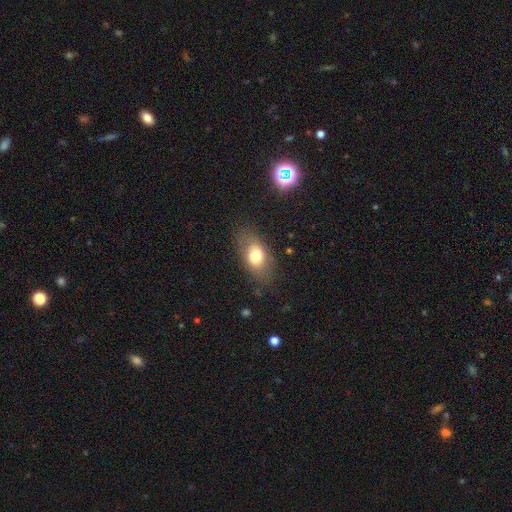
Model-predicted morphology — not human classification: smooth 73%, featured or disk 18%, star or artifact 9%. Down the decision tree: how rounded — in between (85%); merging — none (77%).